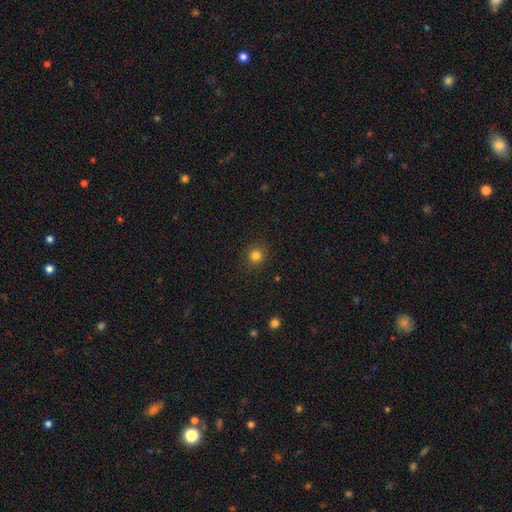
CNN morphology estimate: Q: Smooth or featured?
A: smooth (82%); runner-up: star or artifact (14%)
Q: How rounded?
A: round (91%); runner-up: in between (8%)
Q: Merging?
A: none (90%); runner-up: minor disturbance (6%)